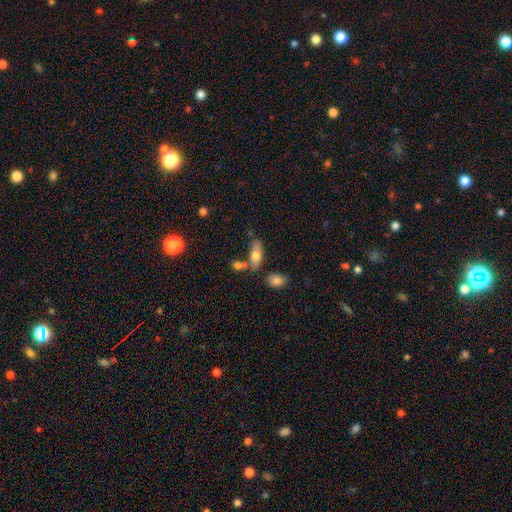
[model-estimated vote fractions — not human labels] Q: Smooth or featured?
A: smooth (70%); runner-up: featured or disk (23%)
Q: How rounded?
A: in between (74%); runner-up: cigar-shaped (22%)
Q: Merging?
A: none (54%); runner-up: merger (21%)